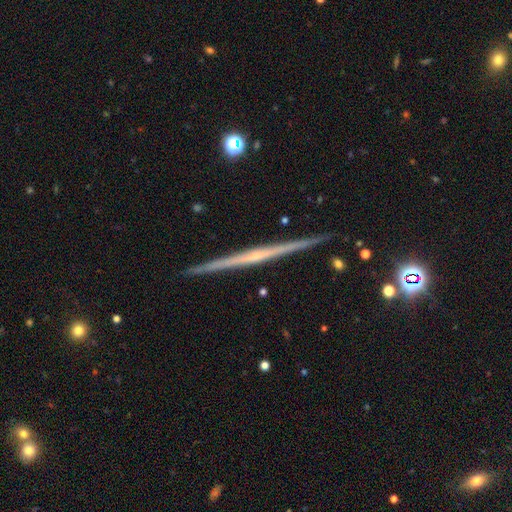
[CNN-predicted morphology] Smooth or featured: featured or disk — 78% (smooth — 15%)
Edge-on disk: yes — 99% (no — 1%)
Edge-on bulge: none — 67% (rounded — 25%)
Merging: none — 92% (minor disturbance — 6%)